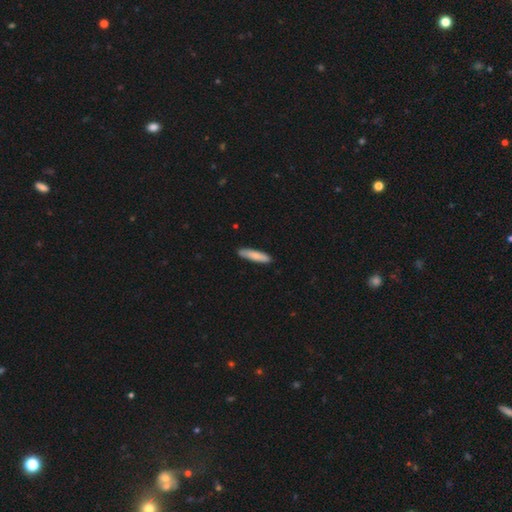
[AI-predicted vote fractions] This appears to be a smooth galaxy with no disk features (83%) that is cigar-shaped (83%). Merging: none (89%).